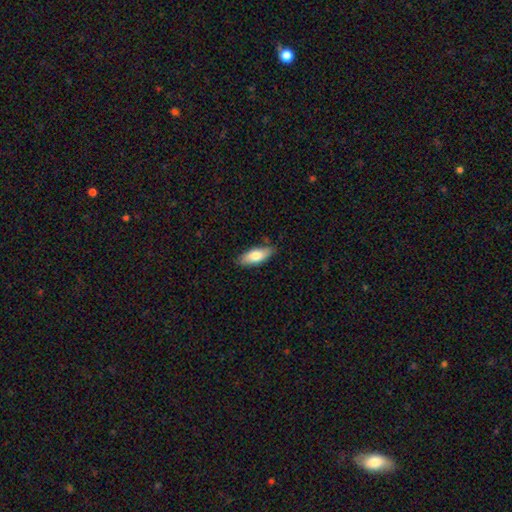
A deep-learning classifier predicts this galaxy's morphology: Smooth or featured? smooth (76%)
How rounded? in between (75%)
Merging? none (81%)